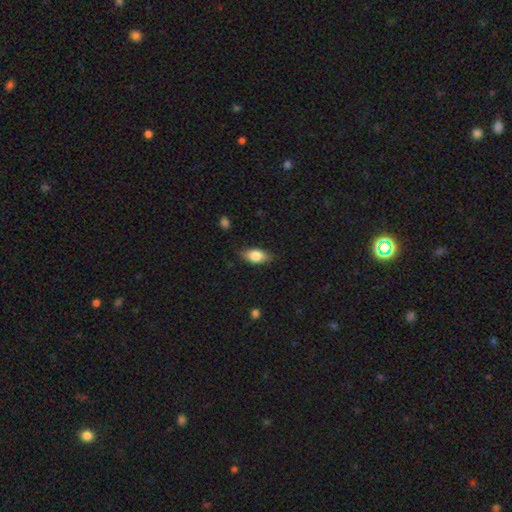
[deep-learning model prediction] A smooth galaxy with no disk features (78%) that is in between round and cigar-shaped (87%).

Vote fractions:
- Smooth or featured? smooth: 78% / featured or disk: 15% / star or artifact: 7%
- How rounded? in between: 87% / cigar-shaped: 7% / round: 6%
- Merging? none: 79% / minor disturbance: 16% / major disturbance: 3% / merger: 1%